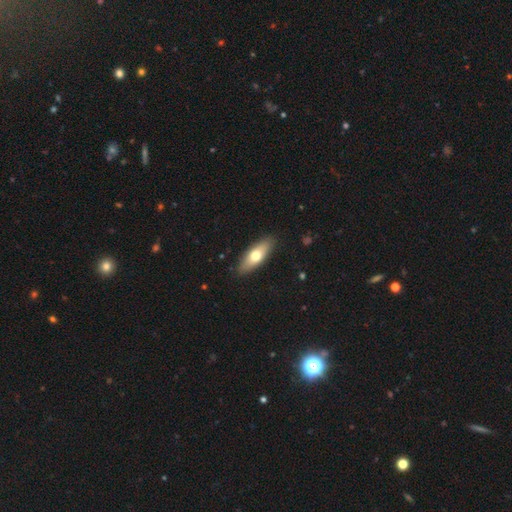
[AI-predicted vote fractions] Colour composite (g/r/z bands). It shows a smooth galaxy with no disk features (65%) that is in between round and cigar-shaped (63%). Merging: none (89%).